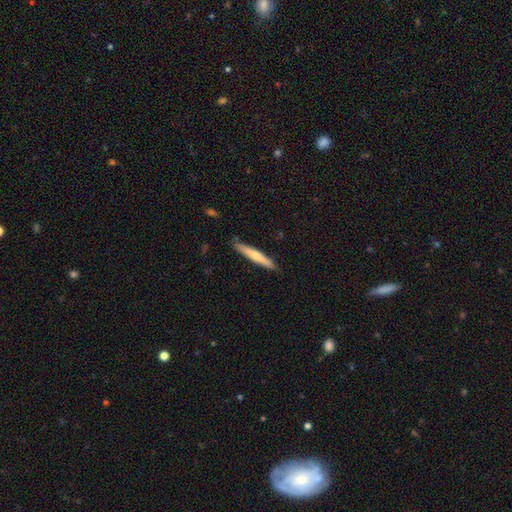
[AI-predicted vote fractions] The model was most divided on "smooth or featured": smooth: 56%, featured or disk: 39%, star or artifact: 5%. More confident: how rounded — cigar-shaped (94%); merging — none (88%).